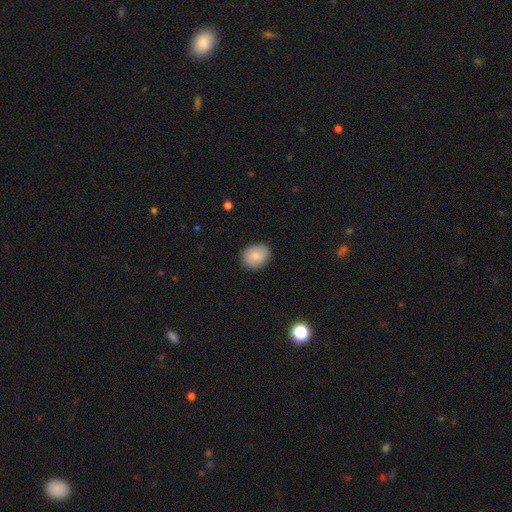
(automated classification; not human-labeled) A smooth galaxy with no disk features (85%) that is round (56%). Merging: none (88%).